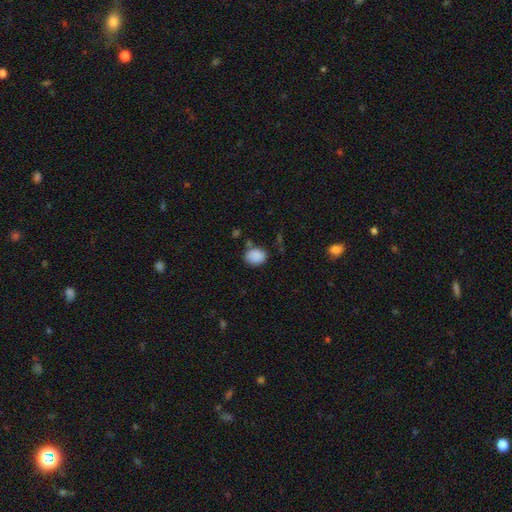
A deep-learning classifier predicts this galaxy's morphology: smooth 88%, star or artifact 8%, featured or disk 4%. Down the decision tree: how rounded — in between (51%); merging — none (72%).